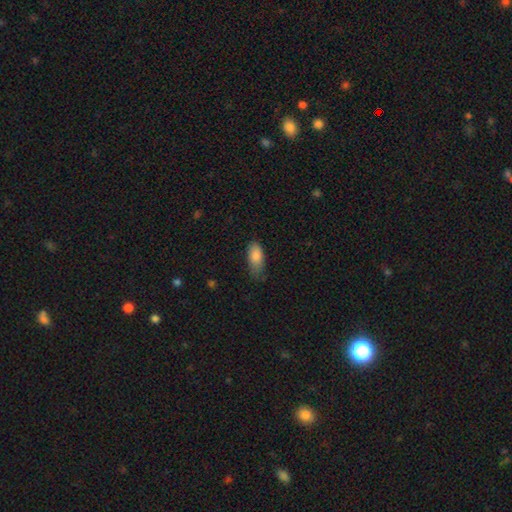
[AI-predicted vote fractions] Smooth or featured? smooth (86%)
How rounded? in between (87%)
Merging? none (56%)